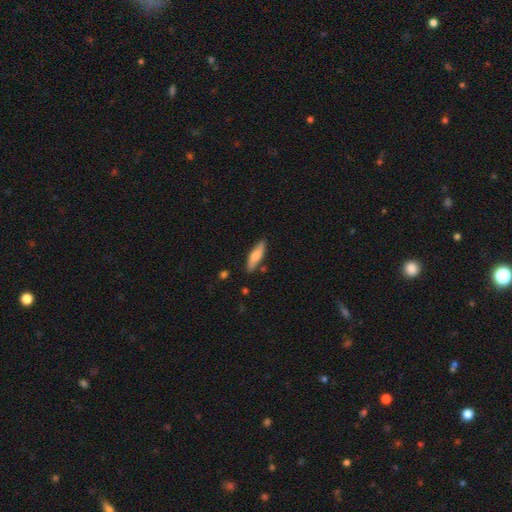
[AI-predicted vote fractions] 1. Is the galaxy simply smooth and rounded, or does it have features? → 66% smooth, 29% featured or disk, 6% star or artifact.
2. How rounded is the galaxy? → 54% cigar-shaped, 44% in between, 2% round.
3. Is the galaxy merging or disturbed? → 83% none, 12% minor disturbance, 3% merger, 2% major disturbance.